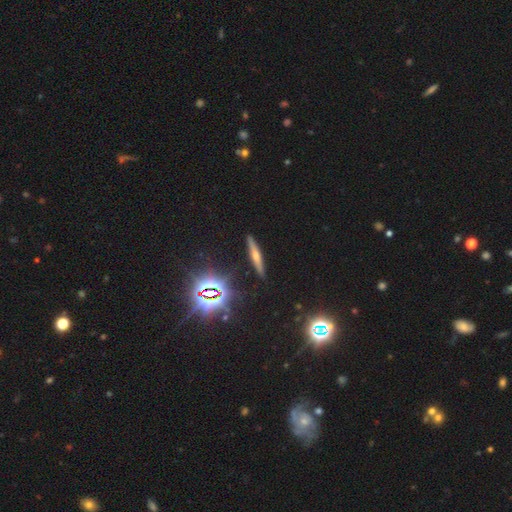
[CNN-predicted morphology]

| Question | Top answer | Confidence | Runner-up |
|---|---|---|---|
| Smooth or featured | featured or disk | 51% | star or artifact (28%) |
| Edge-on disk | yes | 93% | no (7%) |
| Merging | none | 88% | minor disturbance (8%) |